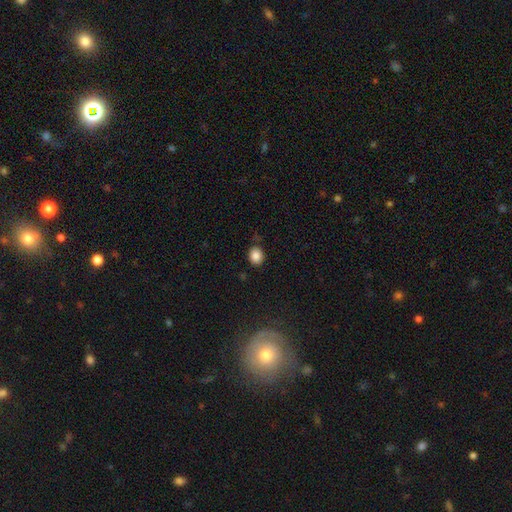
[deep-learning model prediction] A smooth galaxy with no disk features (85%) that is round (59%).

Vote fractions:
- Smooth or featured? smooth: 85% / star or artifact: 10% / featured or disk: 5%
- How rounded? round: 59% / in between: 40% / cigar-shaped: 1%
- Merging? none: 84% / minor disturbance: 11% / major disturbance: 3% / merger: 2%